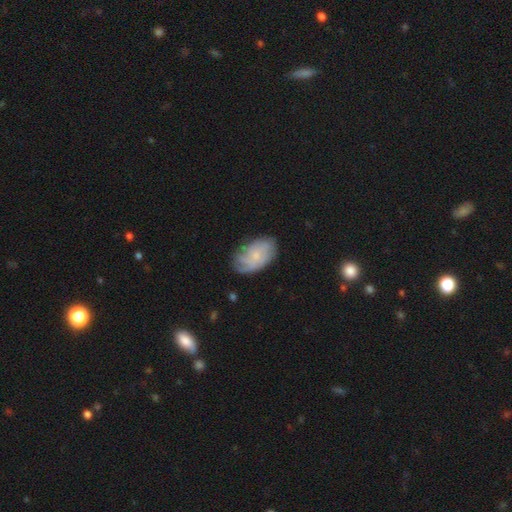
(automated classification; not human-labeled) This is possibly a featured or disk galaxy (53%). It is clearly not viewed edge-on (96%). Bar: likely no (78%). Spiral arm pattern: clearly yes (81%). Central bulge: likely small (67%). Merging: likely none (66%).